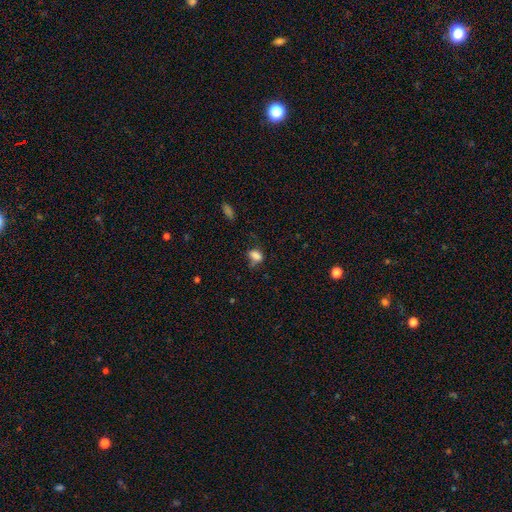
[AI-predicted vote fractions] A smooth galaxy with no disk features (81%) that is in between round and cigar-shaped (78%).

Vote fractions:
- Smooth or featured? smooth: 81% / star or artifact: 12% / featured or disk: 8%
- How rounded? in between: 78% / round: 19% / cigar-shaped: 3%
- Merging? none: 48% / minor disturbance: 30% / major disturbance: 14% / merger: 8%